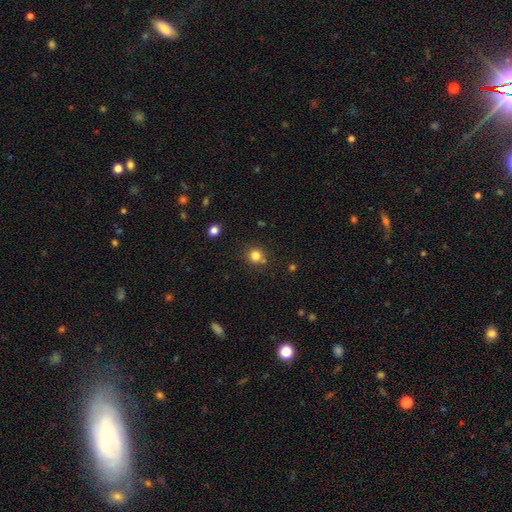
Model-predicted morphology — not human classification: Q: Smooth or featured?
A: smooth (81%); runner-up: star or artifact (13%)
Q: How rounded?
A: round (89%); runner-up: in between (10%)
Q: Merging?
A: none (76%); runner-up: minor disturbance (11%)